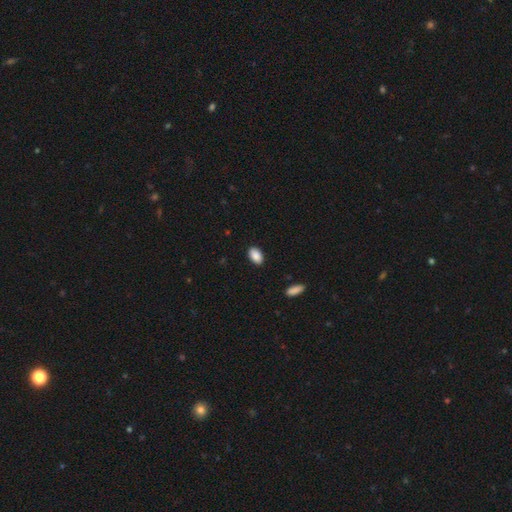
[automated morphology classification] The model was most divided on "merging": none: 88%, minor disturbance: 9%, major disturbance: 2%, merger: 1%. More confident: how rounded — in between (92%); smooth or featured — smooth (89%).